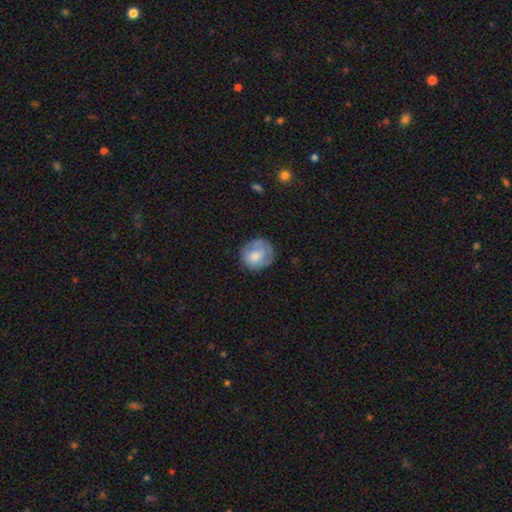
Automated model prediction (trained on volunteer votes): A smooth galaxy with no disk features (68%) that is round (84%). Merging: none (71%).